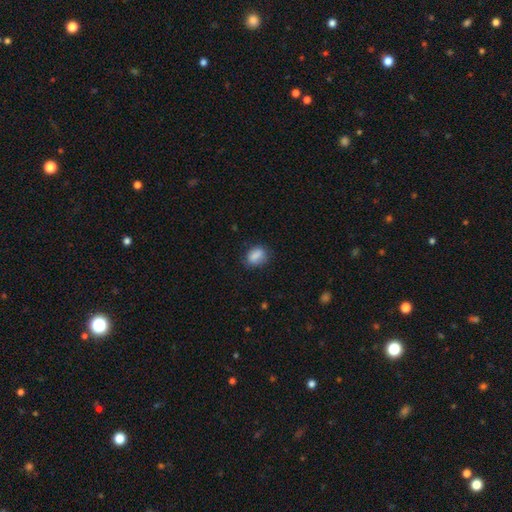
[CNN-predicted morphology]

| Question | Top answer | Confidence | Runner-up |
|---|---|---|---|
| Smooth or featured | smooth | 85% | star or artifact (8%) |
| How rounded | in between | 68% | round (30%) |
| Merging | none | 75% | minor disturbance (19%) |